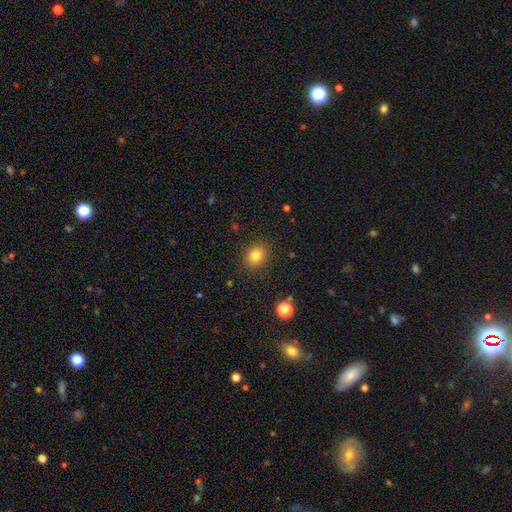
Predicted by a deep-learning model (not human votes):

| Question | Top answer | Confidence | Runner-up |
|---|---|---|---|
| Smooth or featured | smooth | 81% | star or artifact (13%) |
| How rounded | round | 74% | in between (25%) |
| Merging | none | 88% | minor disturbance (8%) |